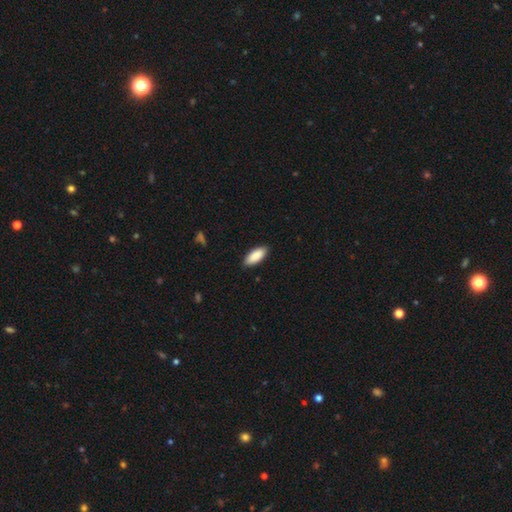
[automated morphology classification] smooth 89%, star or artifact 5%, featured or disk 5%. Down the decision tree: how rounded — in between (82%); merging — none (88%).